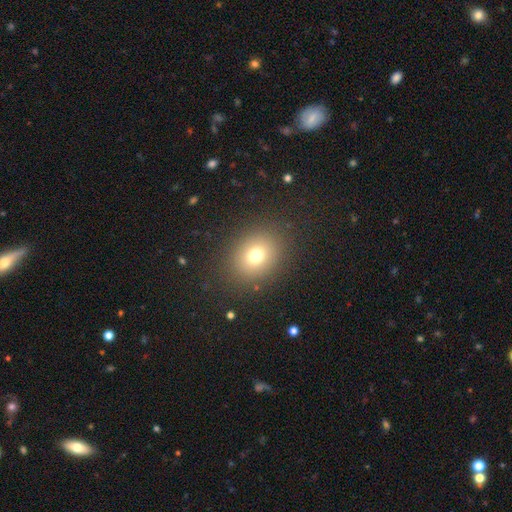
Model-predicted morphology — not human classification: smooth 73%, star or artifact 16%, featured or disk 11%. Down the decision tree: how rounded — round (58%); merging — none (86%).